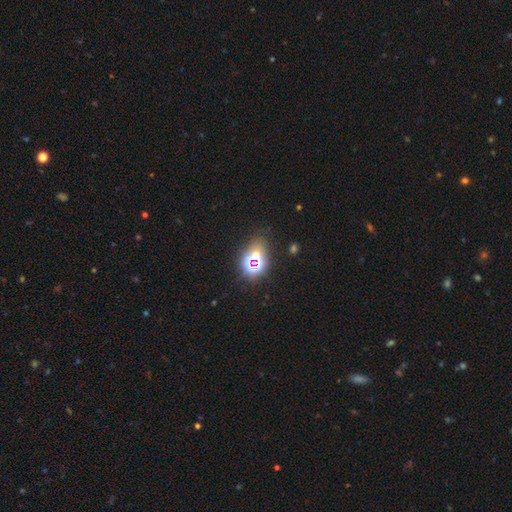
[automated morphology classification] type=star or artifact (56%).